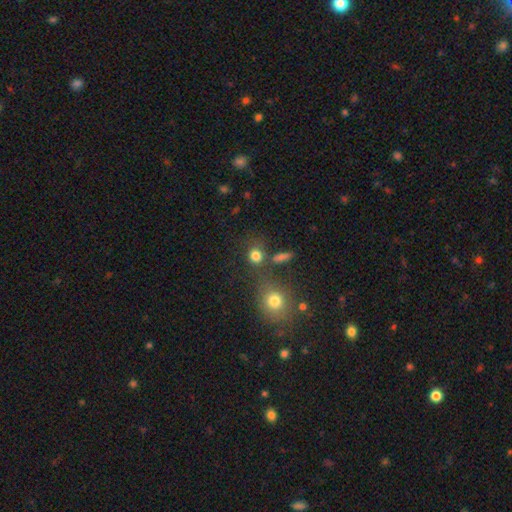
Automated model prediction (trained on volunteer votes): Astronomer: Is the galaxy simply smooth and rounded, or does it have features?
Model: smooth — 79%.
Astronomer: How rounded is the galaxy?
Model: round — 78%.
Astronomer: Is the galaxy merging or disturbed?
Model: none — 63%.